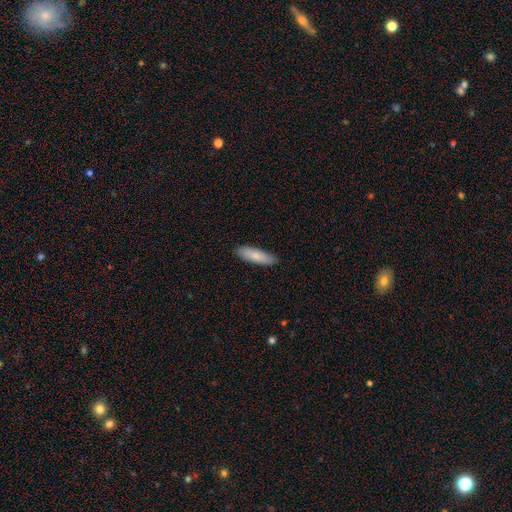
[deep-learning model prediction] Overall: smooth (79%). How rounded: cigar-shaped (53%; in between 45%). Merging: none (86%).